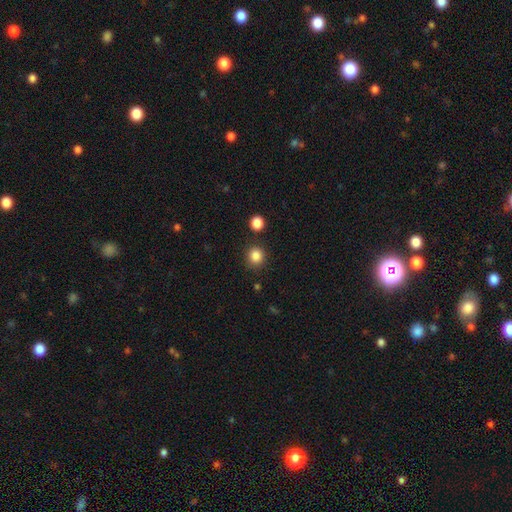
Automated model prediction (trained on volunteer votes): A smooth galaxy with no disk features (85%) that is round (87%). Merging: none (85%).